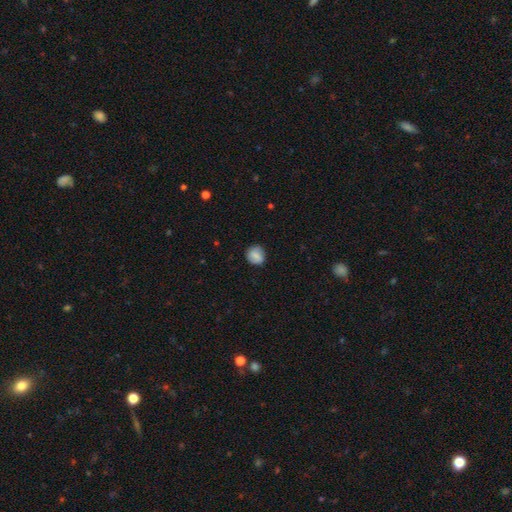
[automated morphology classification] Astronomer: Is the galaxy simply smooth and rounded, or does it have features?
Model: smooth — 79%.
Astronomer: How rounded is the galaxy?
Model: round — 83%.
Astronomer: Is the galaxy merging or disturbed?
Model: none — 83%.